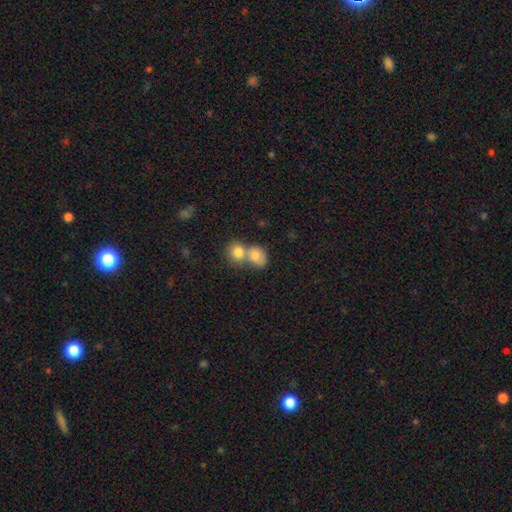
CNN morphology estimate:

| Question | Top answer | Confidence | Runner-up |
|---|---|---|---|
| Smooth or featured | smooth | 81% | featured or disk (11%) |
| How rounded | round | 55% | in between (44%) |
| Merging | merger | 64% | none (26%) |